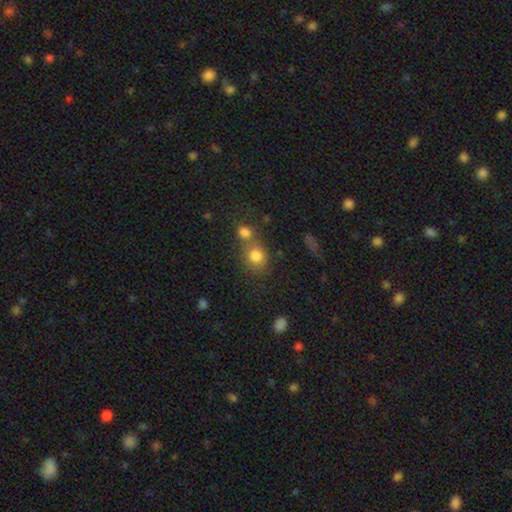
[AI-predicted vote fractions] The model was most divided on "merging": none: 44%, merger: 40%, minor disturbance: 10%, major disturbance: 6%. More confident: smooth or featured — smooth (79%); how rounded — round (71%).